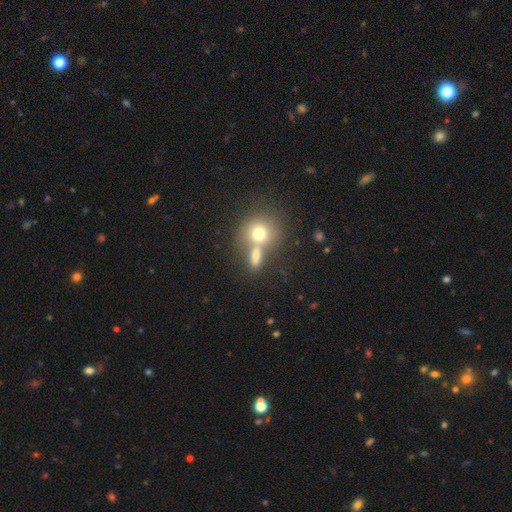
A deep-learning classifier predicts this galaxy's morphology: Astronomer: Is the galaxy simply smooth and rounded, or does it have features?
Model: smooth — 74%.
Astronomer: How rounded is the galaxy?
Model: in between — 50% (runner-up: round, 40%).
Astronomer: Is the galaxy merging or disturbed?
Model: merger — 47% (runner-up: none, 39%).